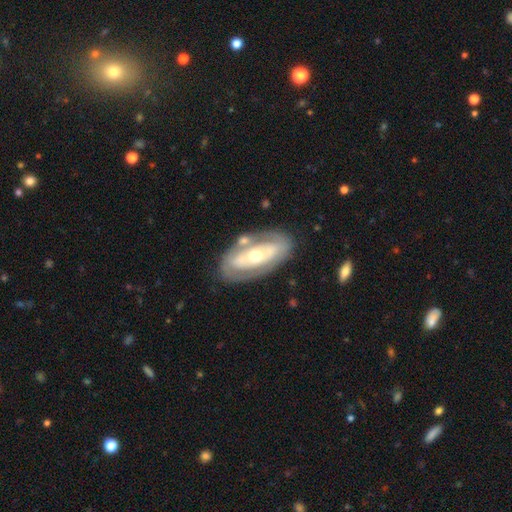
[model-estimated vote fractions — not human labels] featured or disk 69%, smooth 26%, star or artifact 5%. Down the decision tree: edge-on disk — no (89%); bar — no (68%); spiral arms — no (66%); bulge size — moderate (68%); merging — none (71%).